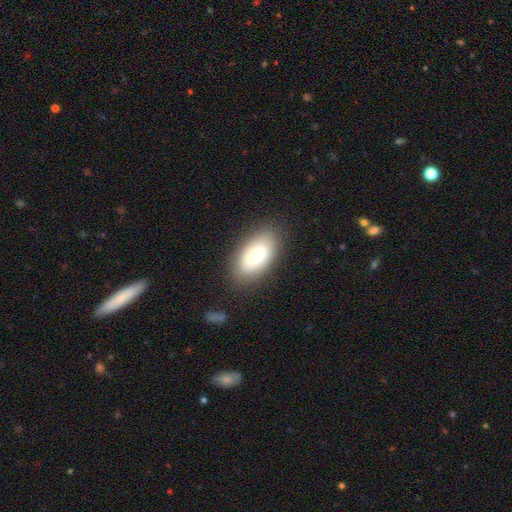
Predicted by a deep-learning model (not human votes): A smooth galaxy with no disk features (71%) that is in between round and cigar-shaped (93%). Merging: none (82%).